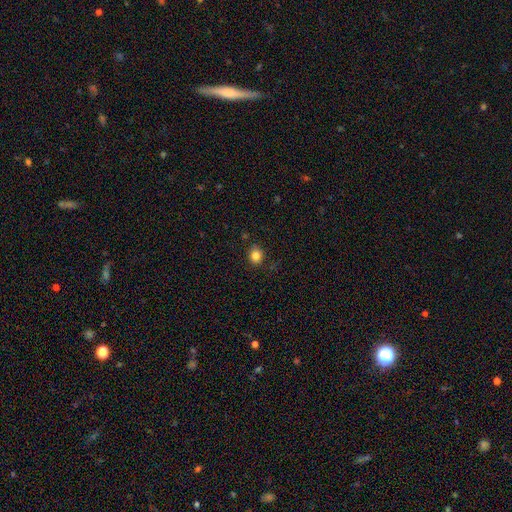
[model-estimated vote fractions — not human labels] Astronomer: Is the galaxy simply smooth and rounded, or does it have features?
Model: smooth — 83%.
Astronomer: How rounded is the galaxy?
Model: round — 70%.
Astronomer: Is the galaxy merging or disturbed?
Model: none — 83%.